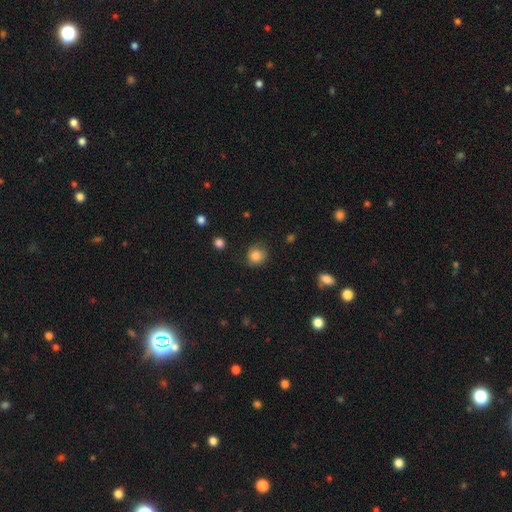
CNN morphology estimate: Smooth or featured? smooth (83%)
How rounded? round (84%)
Merging? none (76%)